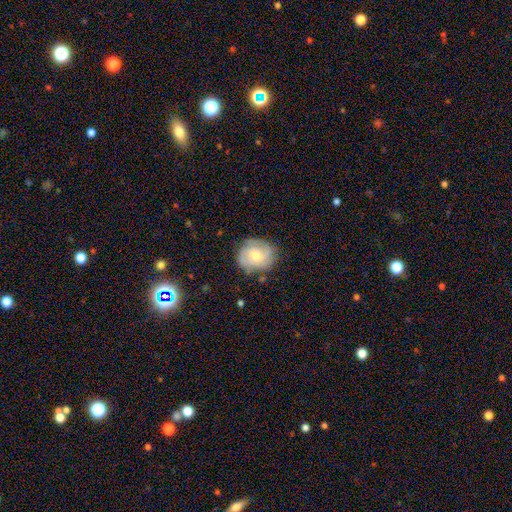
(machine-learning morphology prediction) Q: Smooth or featured?
A: featured or disk (53%); runner-up: smooth (38%)
Q: Edge-on disk?
A: no (97%); runner-up: yes (3%)
Q: Bar?
A: no (68%); runner-up: weak (28%)
Q: Spiral arms?
A: yes (78%); runner-up: no (22%)
Q: Bulge size?
A: moderate (62%); runner-up: small (32%)
Q: Merging?
A: none (74%); runner-up: minor disturbance (19%)